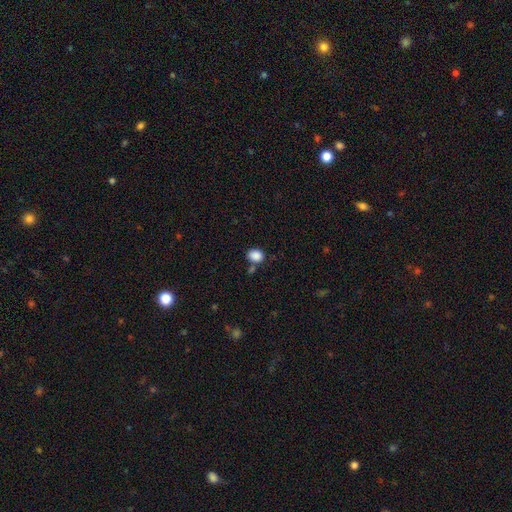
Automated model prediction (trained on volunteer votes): smooth_or_featured: smooth (p=0.87) [alt: star or artifact p=0.09]
how_rounded: in between (p=0.61) [alt: round p=0.39]
merging: none (p=0.69) [alt: minor disturbance p=0.14]